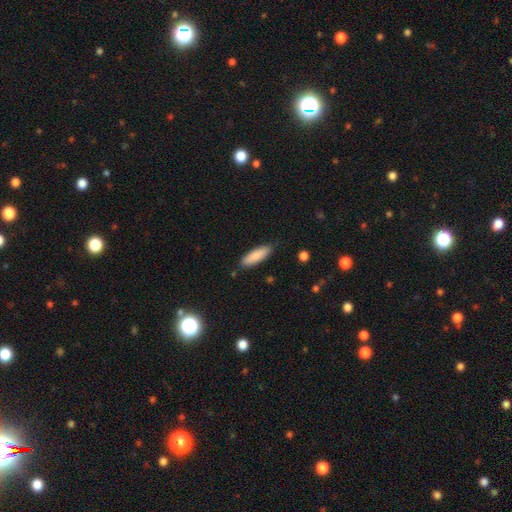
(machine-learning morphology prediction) Overall: smooth (87%). How rounded: in between (50%; cigar-shaped 48%). Merging: none (86%).